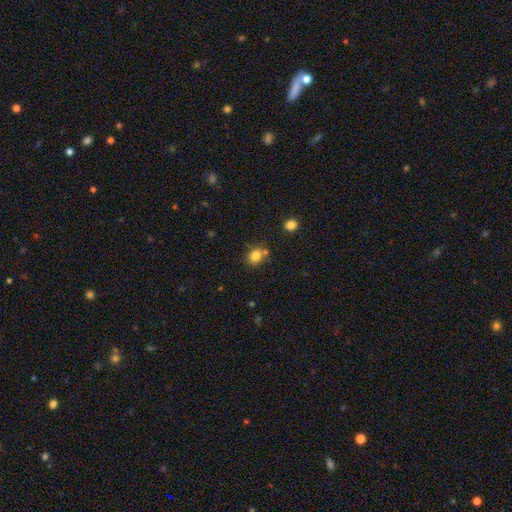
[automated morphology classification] Smooth or featured?
  - smooth: 81% *
  - star or artifact: 12%
  - featured or disk: 7%
How rounded?
  - round: 63% *
  - in between: 36%
  - cigar-shaped: 1%
Merging?
  - none: 66% *
  - merger: 17%
  - minor disturbance: 14%
  - major disturbance: 4%